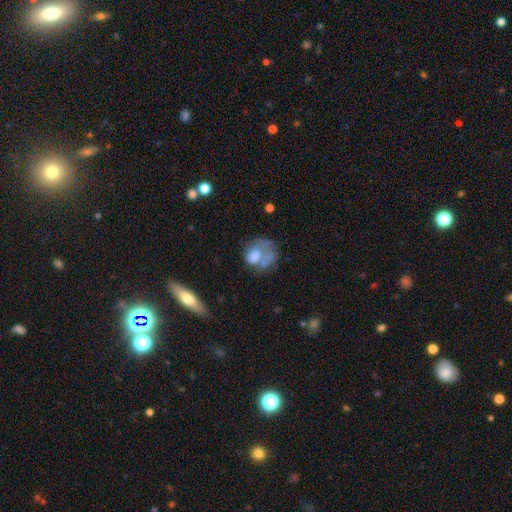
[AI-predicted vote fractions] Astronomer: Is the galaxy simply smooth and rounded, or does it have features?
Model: smooth — 54% (runner-up: featured or disk, 36%).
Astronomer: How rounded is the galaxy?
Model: in between — 51% (runner-up: round, 48%).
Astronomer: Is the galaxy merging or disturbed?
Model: major disturbance — 33% (runner-up: none, 28%).